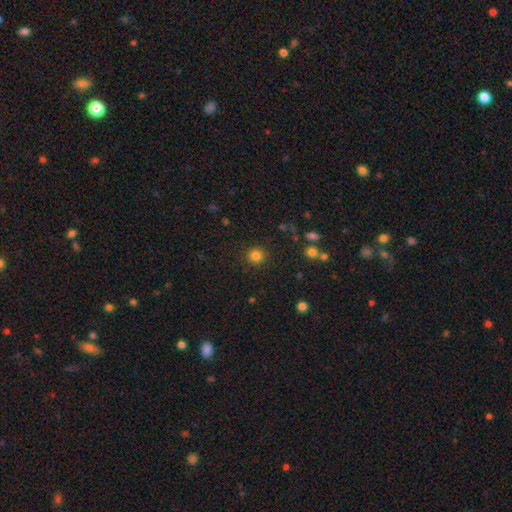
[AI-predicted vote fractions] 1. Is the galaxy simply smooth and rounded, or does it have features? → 82% smooth, 13% star or artifact, 5% featured or disk.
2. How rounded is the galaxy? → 92% round, 7% in between, 1% cigar-shaped.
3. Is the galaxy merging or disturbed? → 89% none, 6% minor disturbance, 3% major disturbance, 2% merger.